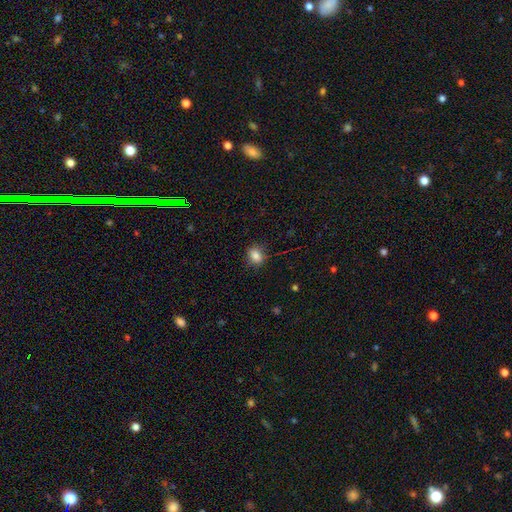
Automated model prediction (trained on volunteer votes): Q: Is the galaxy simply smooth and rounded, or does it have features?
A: smooth — 83%.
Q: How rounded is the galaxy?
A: in between — 53%.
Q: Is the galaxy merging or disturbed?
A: none — 81%.